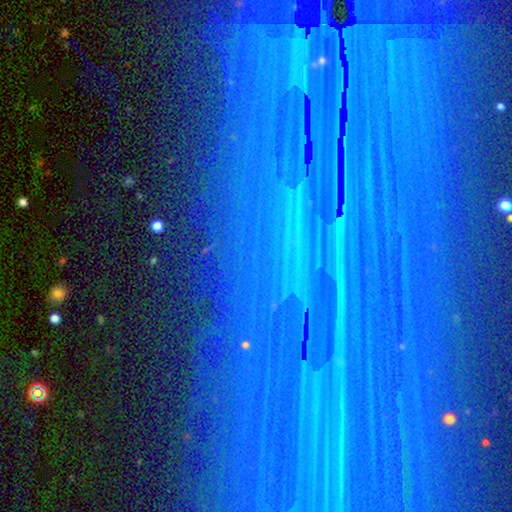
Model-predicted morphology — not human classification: Smooth or featured? Predicted: star or artifact (p=0.80).